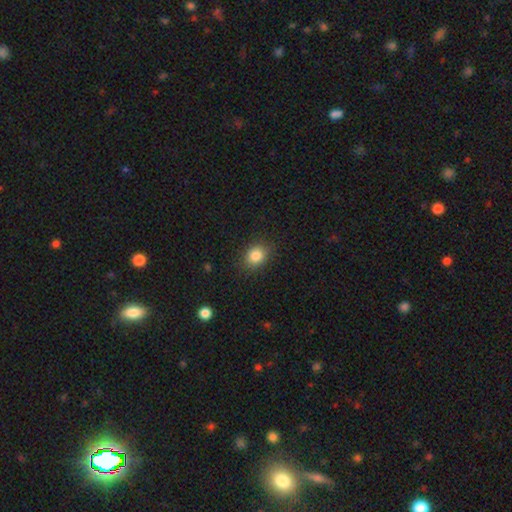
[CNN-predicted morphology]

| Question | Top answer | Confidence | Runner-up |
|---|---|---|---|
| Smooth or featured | smooth | 85% | star or artifact (10%) |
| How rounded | round | 50% | in between (49%) |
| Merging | none | 85% | minor disturbance (11%) |